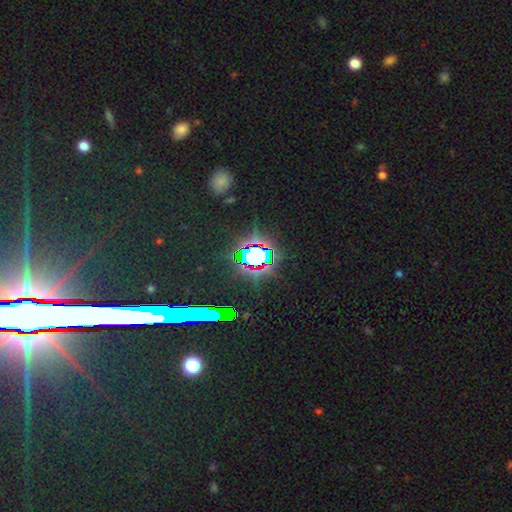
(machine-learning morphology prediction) Smooth or featured?
  - star or artifact: 74% *
  - smooth: 17%
  - featured or disk: 10%